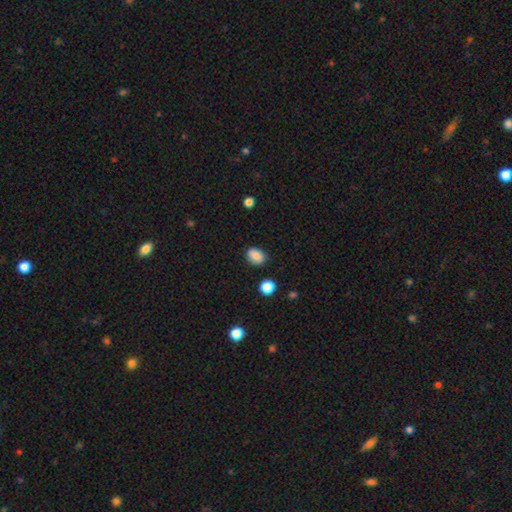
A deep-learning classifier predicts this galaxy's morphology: A smooth galaxy with no disk features (84%) that is in between round and cigar-shaped (69%).

Vote fractions:
- Smooth or featured? smooth: 84% / star or artifact: 10% / featured or disk: 6%
- How rounded? in between: 69% / round: 29% / cigar-shaped: 1%
- Merging? none: 80% / minor disturbance: 15% / major disturbance: 3% / merger: 2%